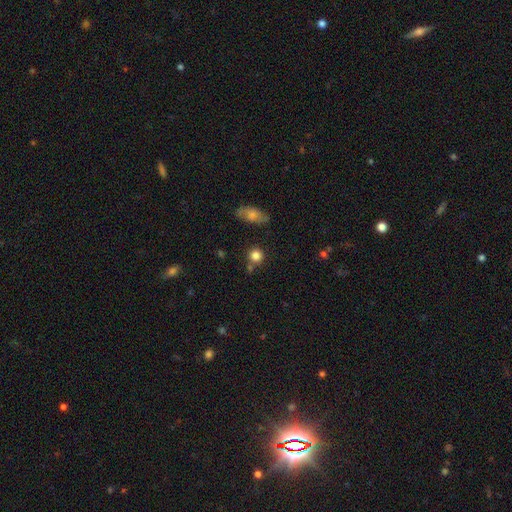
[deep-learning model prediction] Smooth or featured?
  - smooth: 82% *
  - star or artifact: 11%
  - featured or disk: 7%
How rounded?
  - round: 90% *
  - in between: 9%
  - cigar-shaped: 1%
Merging?
  - none: 70% *
  - merger: 15%
  - minor disturbance: 11%
  - major disturbance: 4%